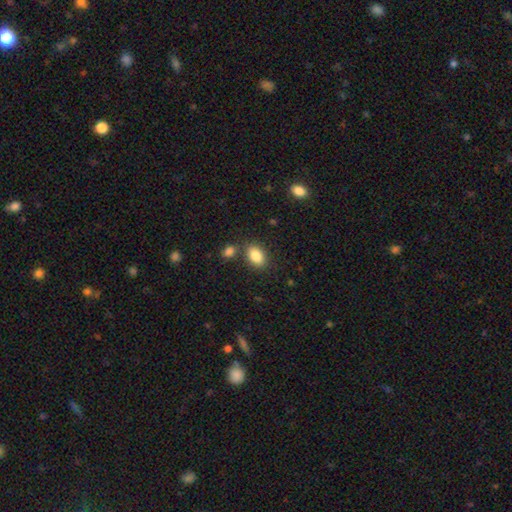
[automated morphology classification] smooth 86%, star or artifact 8%, featured or disk 6%. Down the decision tree: how rounded — in between (86%); merging — none (76%).